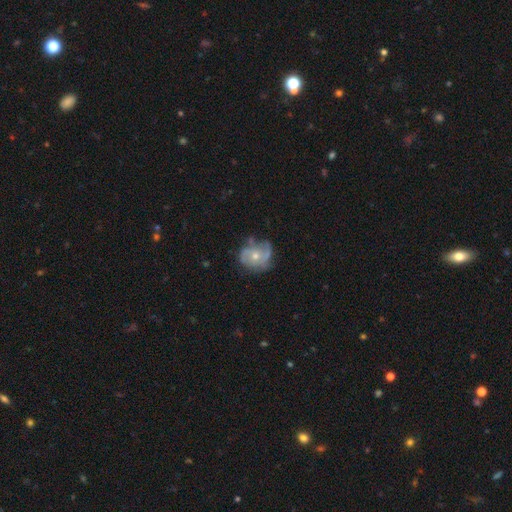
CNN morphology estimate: smooth-or-featured: featured or disk: 72% | smooth: 21% | star or artifact: 7%
  disk-edge-on: no: 98% | yes: 2%
    bar: no: 79% | weak: 18% | strong: 3%
    has-spiral-arms: yes: 85% | no: 15%
      spiral-winding: medium: 42% | tight: 38% | loose: 20%
      spiral-arm-count: 2: 38% | 3: 24% | can't tell: 24% | 1: 6% | 4: 5% | more than 4: 3%
    bulge-size: moderate: 53% | small: 43% | large: 2% | none: 1% | dominant: 1%
  merging: none: 57% | minor disturbance: 27% | major disturbance: 13% | merger: 3%